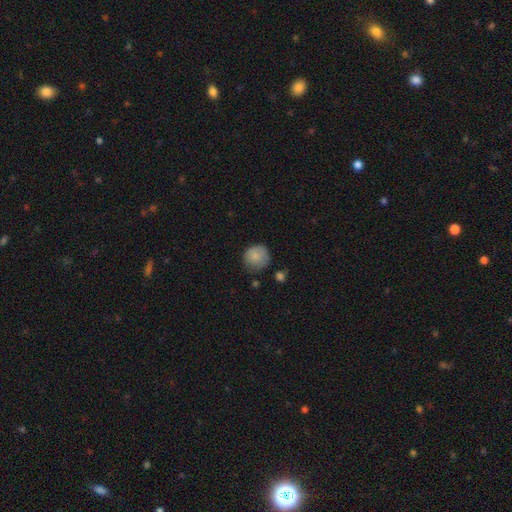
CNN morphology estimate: Smooth or featured: smooth — 82% (featured or disk — 10%)
How rounded: round — 87% (in between — 12%)
Merging: none — 66% (minor disturbance — 26%)